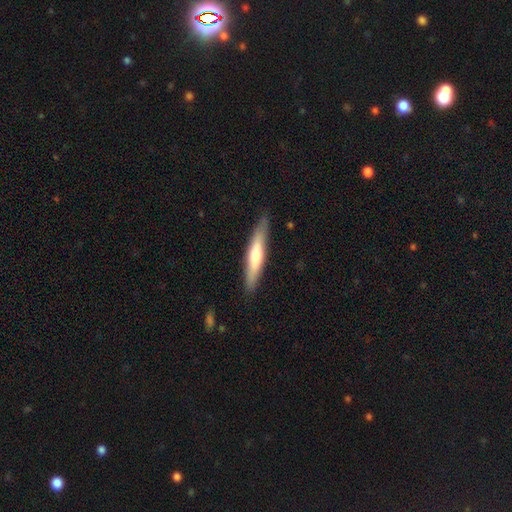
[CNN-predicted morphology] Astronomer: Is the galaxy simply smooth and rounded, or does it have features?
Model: smooth — 55% (runner-up: featured or disk, 40%).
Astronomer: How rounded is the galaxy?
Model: cigar-shaped — 88%.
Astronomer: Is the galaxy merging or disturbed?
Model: none — 86%.